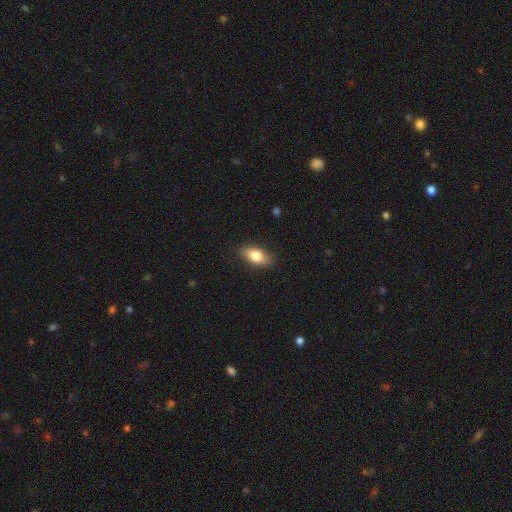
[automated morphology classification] Overall: smooth (80%). How rounded: in between (87%). Merging: none (87%).